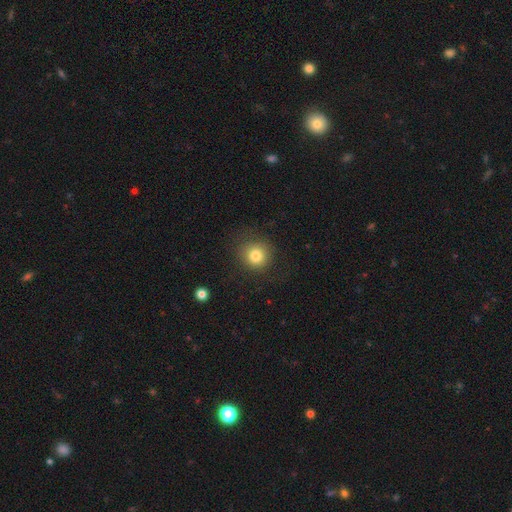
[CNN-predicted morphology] Smooth or featured? Predicted: smooth (p=0.81). How rounded? Predicted: round (p=0.90). Merging? Predicted: none (p=0.84).